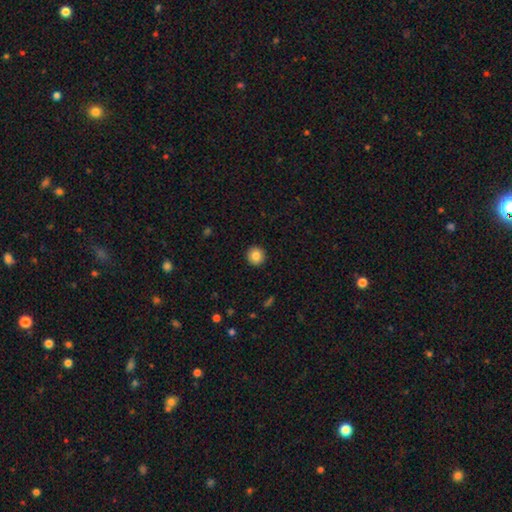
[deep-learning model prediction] Smooth or featured? Predicted: smooth (p=0.86). How rounded? Predicted: round (p=0.94). Merging? Predicted: none (p=0.93).